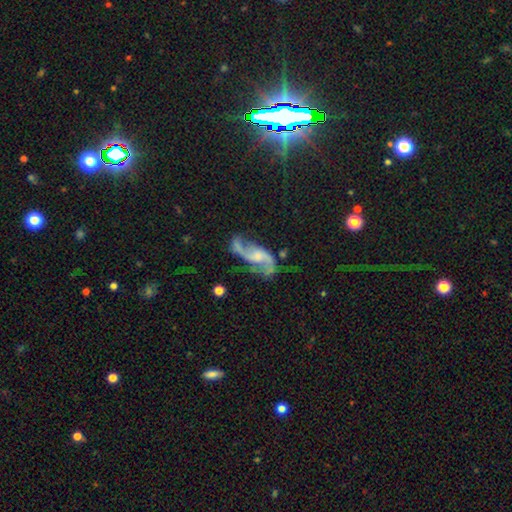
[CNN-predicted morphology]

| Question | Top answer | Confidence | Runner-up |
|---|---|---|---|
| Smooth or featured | featured or disk | 83% | smooth (8%) |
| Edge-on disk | no | 95% | yes (5%) |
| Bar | no | 52% | weak (38%) |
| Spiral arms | yes | 94% | no (6%) |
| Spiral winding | loose | 73% | medium (22%) |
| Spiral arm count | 2 | 90% | can't tell (3%) |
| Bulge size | small | 39% | moderate (28%) |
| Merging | none | 59% | minor disturbance (19%) |